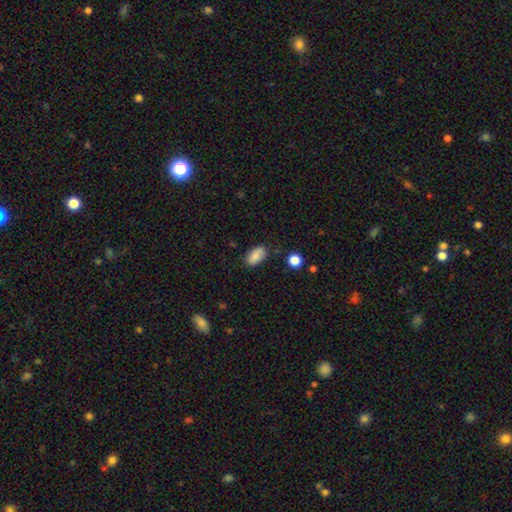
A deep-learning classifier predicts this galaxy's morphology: Overall: smooth (86%). How rounded: in between (93%). Merging: none (80%).